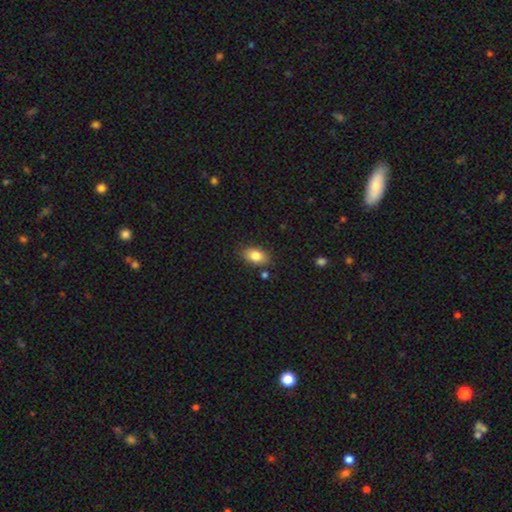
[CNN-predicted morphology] The model was most divided on "merging": none: 82%, minor disturbance: 12%, merger: 3%, major disturbance: 3%. More confident: how rounded — in between (87%); smooth or featured — smooth (83%).